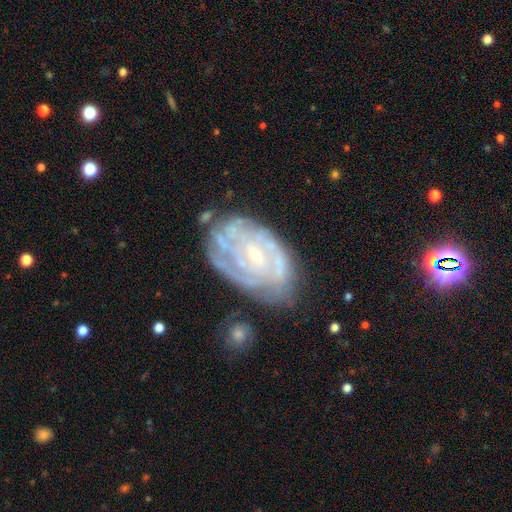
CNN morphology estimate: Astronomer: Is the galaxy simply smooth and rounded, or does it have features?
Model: featured or disk — 83%.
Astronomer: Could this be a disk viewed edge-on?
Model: no — 96%.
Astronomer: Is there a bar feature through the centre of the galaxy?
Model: no — 51% (runner-up: weak, 38%).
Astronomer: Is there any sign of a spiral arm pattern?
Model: yes — 91%.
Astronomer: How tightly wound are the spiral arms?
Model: tight — 71%.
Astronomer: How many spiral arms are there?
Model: can't tell — 40% (runner-up: 3, 17%).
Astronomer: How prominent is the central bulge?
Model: small — 69%.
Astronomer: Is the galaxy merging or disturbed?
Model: none — 66%.